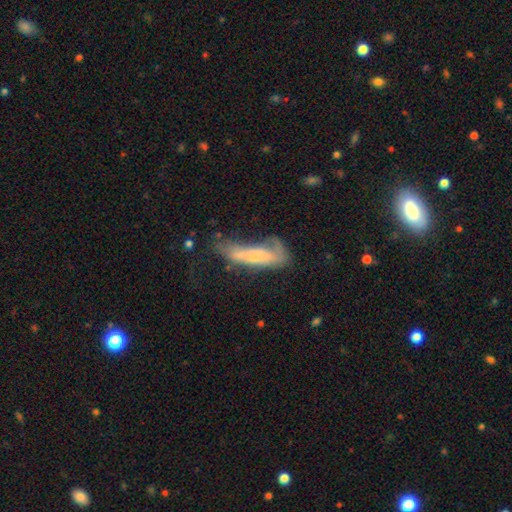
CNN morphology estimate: smooth-or-featured: smooth: 57% | featured or disk: 35% | star or artifact: 8%
  how-rounded: cigar-shaped: 67% | in between: 31% | round: 2%
  merging: major disturbance: 39% | none: 27% | minor disturbance: 23% | merger: 10%